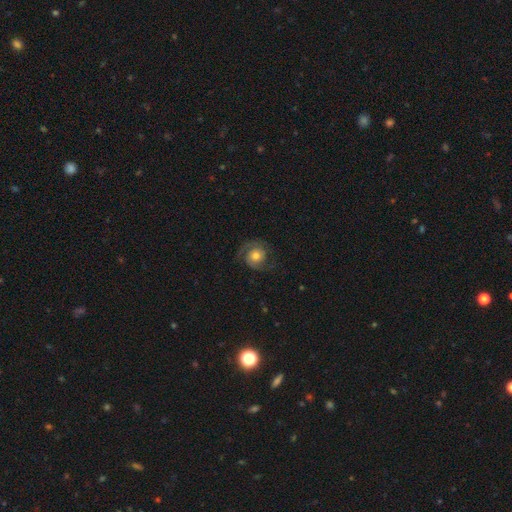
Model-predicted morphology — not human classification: This is likely a featured or disk galaxy (77%). It is clearly not viewed edge-on (98%). Bar: likely no (76%). Spiral arm pattern: clearly yes (95%). Spiral arm count: clearly 2 (86%). Spiral winding: possibly medium (46%). Central bulge: likely moderate (62%). Merging: likely none (74%).